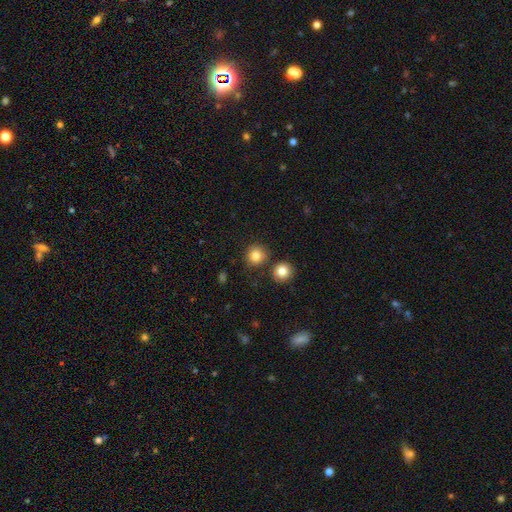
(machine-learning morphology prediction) This appears to be a smooth galaxy with no disk features (84%) that is round (91%). Merging: none (80%).